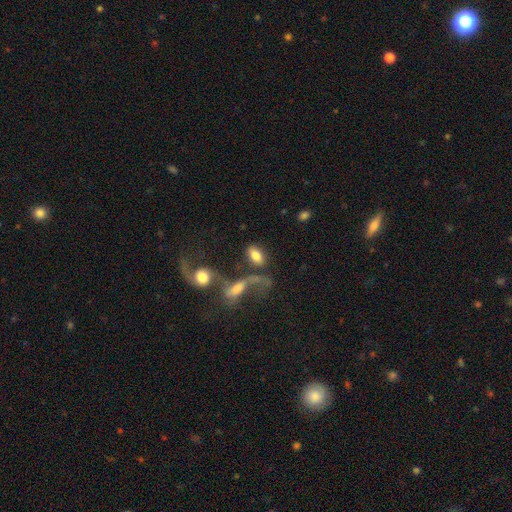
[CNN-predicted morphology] type=smooth (74%); roundness=in between (89%); merging=none (44%).